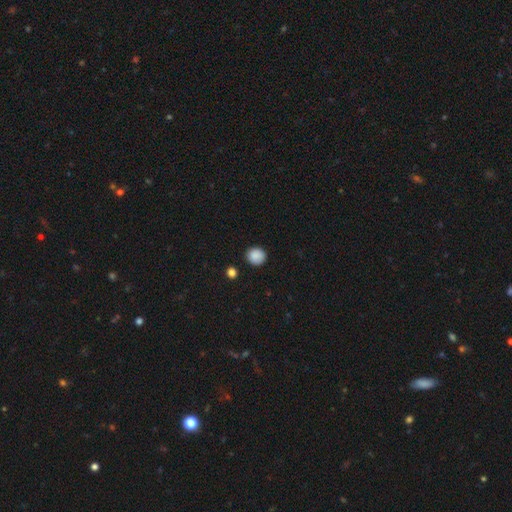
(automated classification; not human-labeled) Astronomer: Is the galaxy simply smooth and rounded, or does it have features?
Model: smooth — 88%.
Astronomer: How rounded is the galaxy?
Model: round — 89%.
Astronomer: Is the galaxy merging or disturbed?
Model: none — 89%.